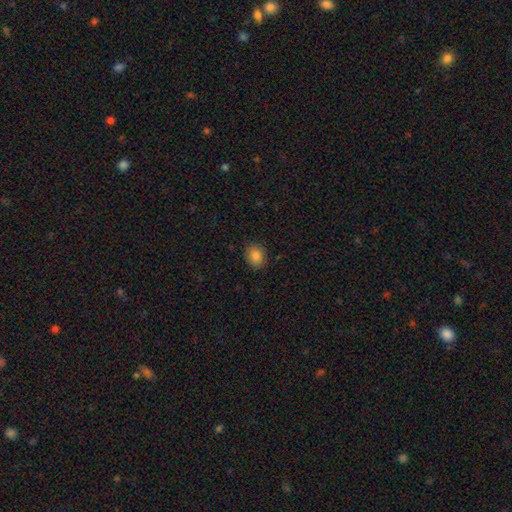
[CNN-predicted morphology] smooth 86%, star or artifact 10%, featured or disk 5%. Down the decision tree: how rounded — round (54%); merging — none (87%).